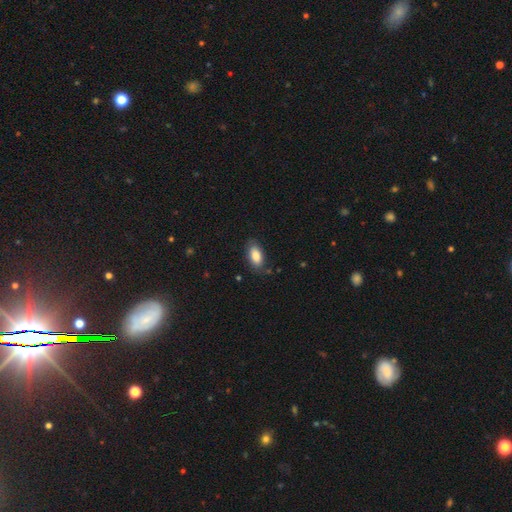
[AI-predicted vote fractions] A smooth galaxy with no disk features (84%) that is in between round and cigar-shaped (91%). Merging: none (80%).